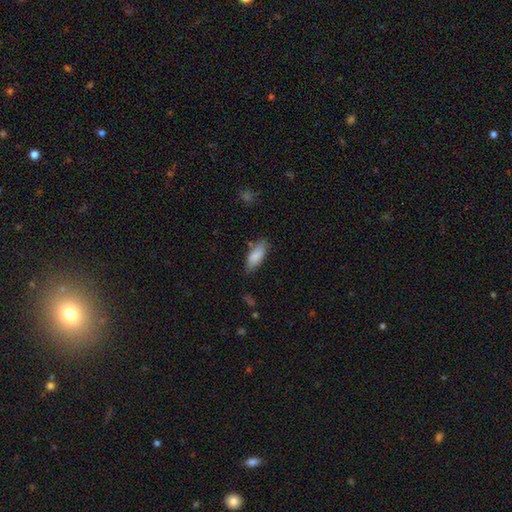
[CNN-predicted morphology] The model was most divided on "merging": none: 73%, minor disturbance: 20%, major disturbance: 4%, merger: 3%. More confident: smooth or featured — smooth (84%); how rounded — in between (75%).